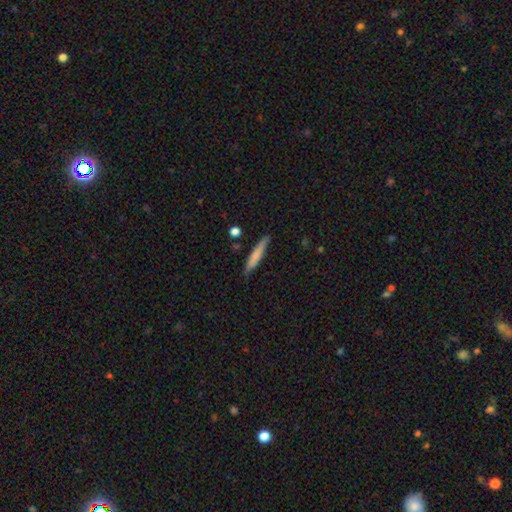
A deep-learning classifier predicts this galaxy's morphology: smooth 72%, featured or disk 21%, star or artifact 6%. Down the decision tree: how rounded — cigar-shaped (92%); merging — none (83%).